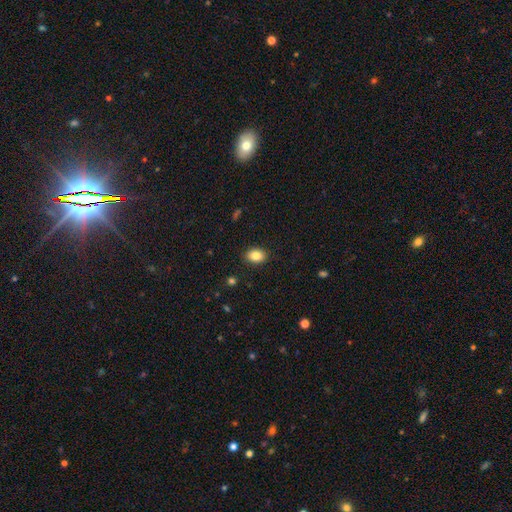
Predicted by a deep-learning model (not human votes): This is clearly a smooth galaxy (85%). How rounded: likely in between (80%). Merging: clearly none (89%).